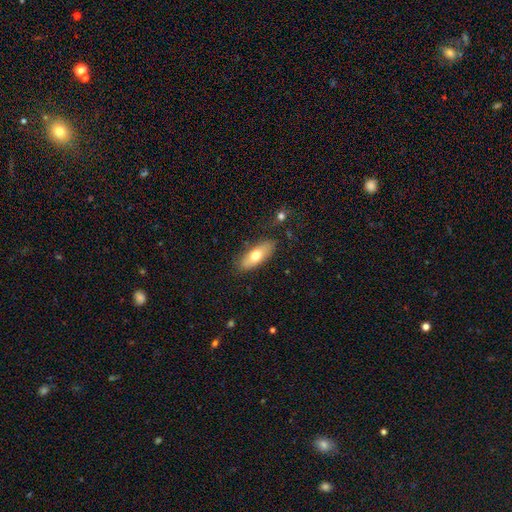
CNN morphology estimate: This appears to be a smooth galaxy with no disk features (68%) that is in between round and cigar-shaped (72%). Merging: none (83%).